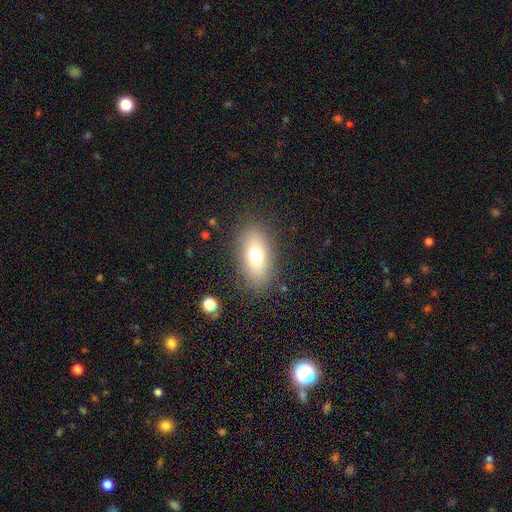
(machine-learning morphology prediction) smooth_or_featured: smooth (p=0.69) [alt: featured or disk p=0.19]
how_rounded: in between (p=0.85) [alt: round p=0.10]
merging: none (p=0.85) [alt: minor disturbance p=0.10]